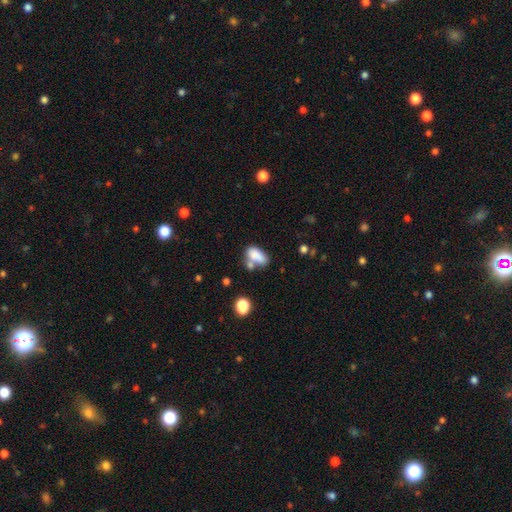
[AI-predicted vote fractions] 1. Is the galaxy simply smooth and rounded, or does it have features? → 80% smooth, 10% featured or disk, 9% star or artifact.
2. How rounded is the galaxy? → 88% in between, 6% cigar-shaped, 6% round.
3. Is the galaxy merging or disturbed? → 38% merger (tied), 38% none (tied), 16% minor disturbance, 8% major disturbance.